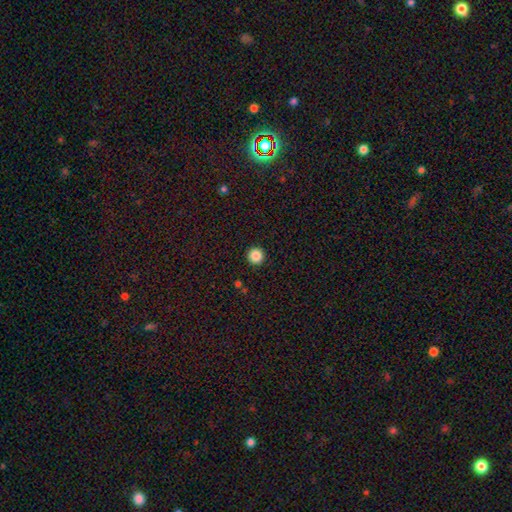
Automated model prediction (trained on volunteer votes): smooth-or-featured: smooth: 87% | star or artifact: 10% | featured or disk: 3%
  how-rounded: round: 96% | in between: 3% | cigar-shaped: 1%
  merging: none: 93% | minor disturbance: 4% | major disturbance: 1% | merger: 1%